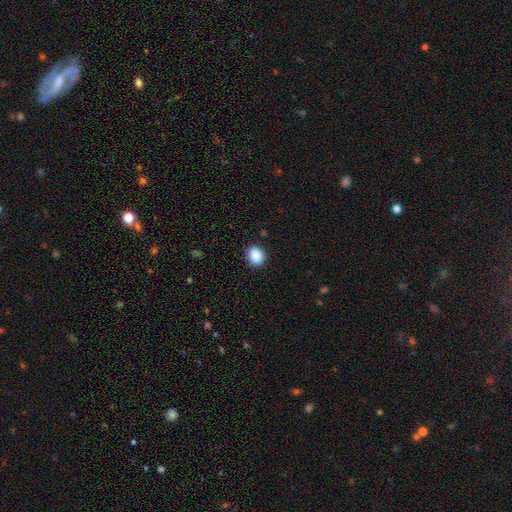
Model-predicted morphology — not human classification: Smooth or featured?
  - smooth: 87% *
  - star or artifact: 9%
  - featured or disk: 4%
How rounded?
  - round: 62% *
  - in between: 37%
  - cigar-shaped: 1%
Merging?
  - none: 89% *
  - minor disturbance: 8%
  - major disturbance: 2%
  - merger: 1%